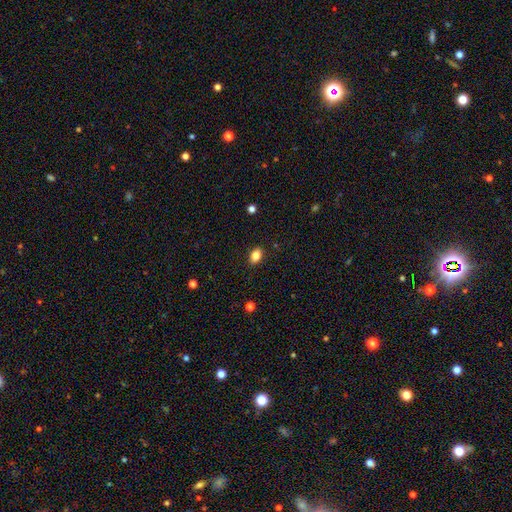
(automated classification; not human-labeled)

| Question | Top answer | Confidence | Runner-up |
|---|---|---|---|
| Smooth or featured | smooth | 84% | star or artifact (10%) |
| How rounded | in between | 81% | round (17%) |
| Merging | none | 88% | minor disturbance (9%) |